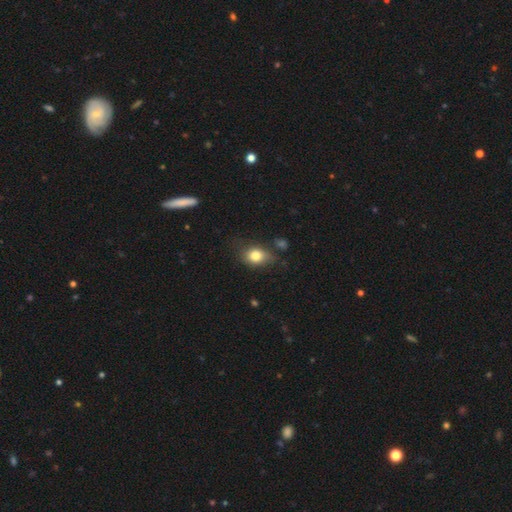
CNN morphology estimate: Smooth or featured? Predicted: smooth (p=0.79). How rounded? Predicted: in between (p=0.61). Merging? Predicted: none (p=0.60).